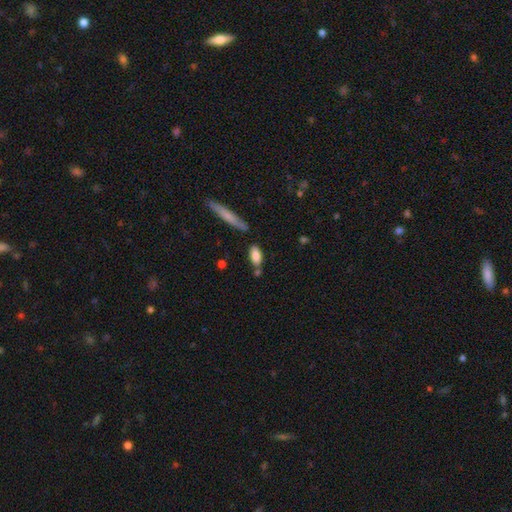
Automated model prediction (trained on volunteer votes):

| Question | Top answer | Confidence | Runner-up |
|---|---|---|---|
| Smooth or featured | smooth | 82% | featured or disk (11%) |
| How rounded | in between | 78% | cigar-shaped (19%) |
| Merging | none | 69% | minor disturbance (15%) |